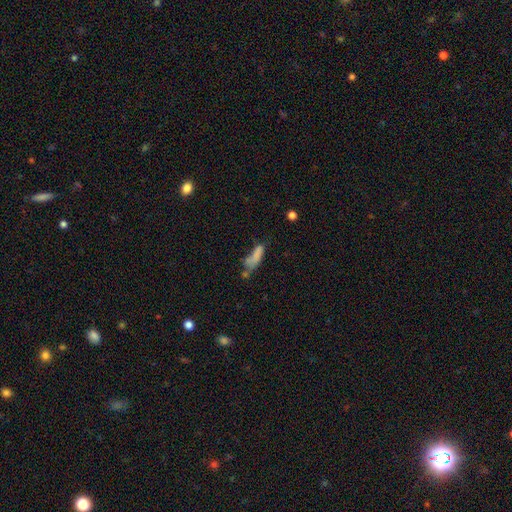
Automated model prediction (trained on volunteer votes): Smooth or featured: smooth — 70% (featured or disk — 18%)
How rounded: cigar-shaped — 49% (in between — 48%)
Merging: none — 32% (minor disturbance — 23%)